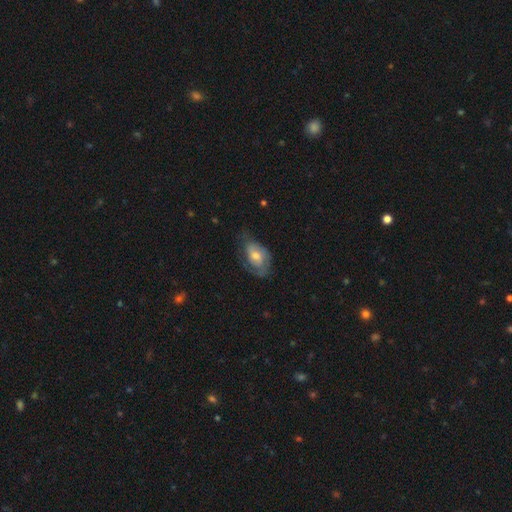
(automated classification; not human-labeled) Q: Smooth or featured?
A: featured or disk (57%); runner-up: smooth (36%)
Q: Edge-on disk?
A: no (94%); runner-up: yes (6%)
Q: Bar?
A: no (68%); runner-up: weak (27%)
Q: Spiral arms?
A: yes (77%); runner-up: no (23%)
Q: Bulge size?
A: moderate (64%); runner-up: small (25%)
Q: Merging?
A: none (56%); runner-up: minor disturbance (29%)